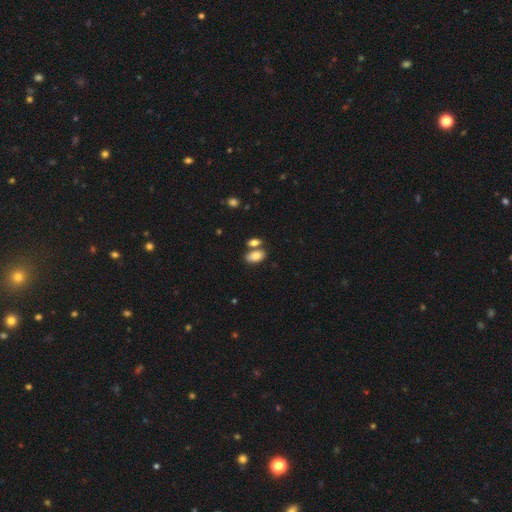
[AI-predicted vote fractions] Q: Smooth or featured?
A: smooth (83%); runner-up: featured or disk (9%)
Q: How rounded?
A: in between (92%); runner-up: round (5%)
Q: Merging?
A: none (55%); runner-up: merger (30%)